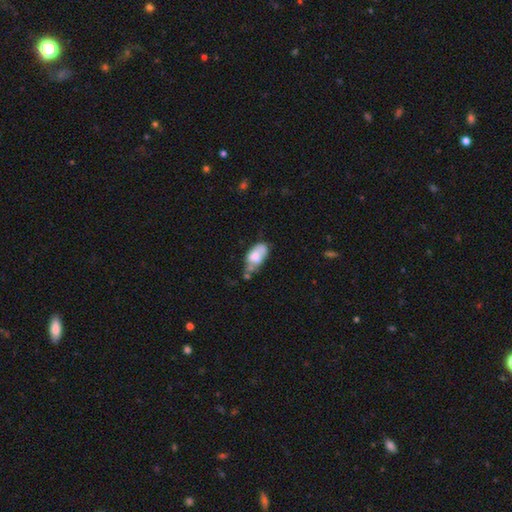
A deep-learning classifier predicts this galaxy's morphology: This is likely a smooth galaxy (64%). How rounded: clearly in between (91%). Merging: marginally minor disturbance (31%).